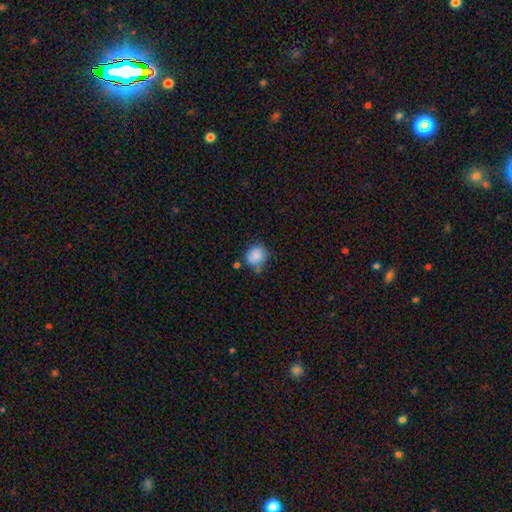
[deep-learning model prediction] Overall: smooth (85%). How rounded: round (76%). Merging: none (56%; minor disturbance 27%).